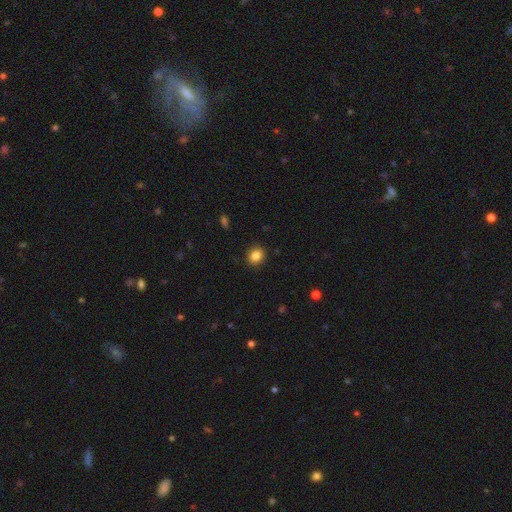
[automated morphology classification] The model was most divided on "how rounded": round: 58%, in between: 41%, cigar-shaped: 1%. More confident: merging — none (89%); smooth or featured — smooth (86%).